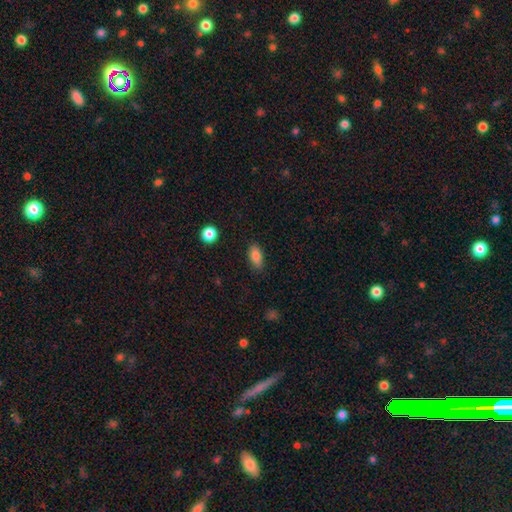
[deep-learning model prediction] Overall: smooth (84%). How rounded: in between (87%). Merging: none (83%).